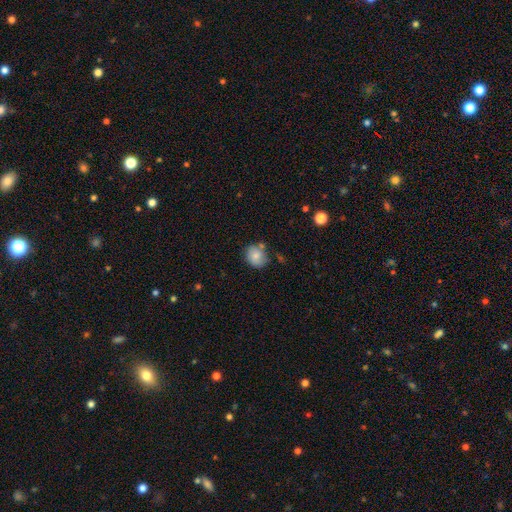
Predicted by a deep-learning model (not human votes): Overall: smooth (79%). How rounded: round (73%). Merging: none (64%).